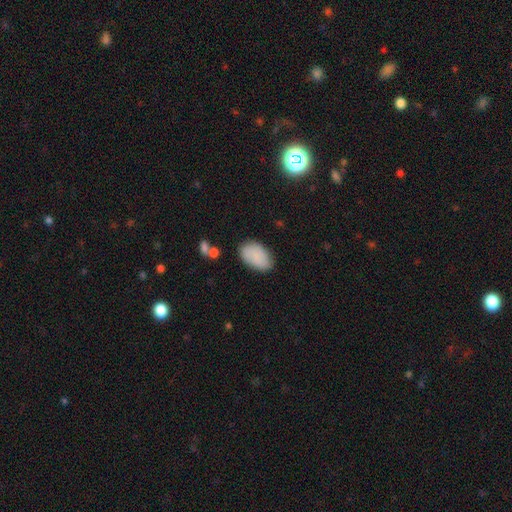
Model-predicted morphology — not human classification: Smooth or featured? Predicted: smooth (p=0.83). How rounded? Predicted: in between (p=0.93). Merging? Predicted: none (p=0.76).